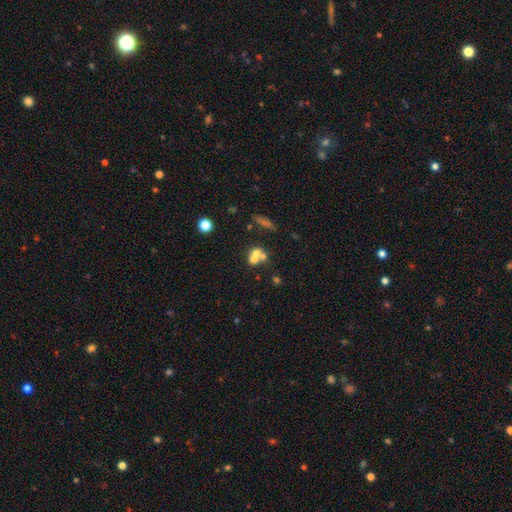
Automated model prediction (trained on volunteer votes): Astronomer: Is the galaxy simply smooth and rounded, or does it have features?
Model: smooth — 56%.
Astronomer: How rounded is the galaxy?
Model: round — 62%.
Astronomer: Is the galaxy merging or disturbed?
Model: merger — 59%.